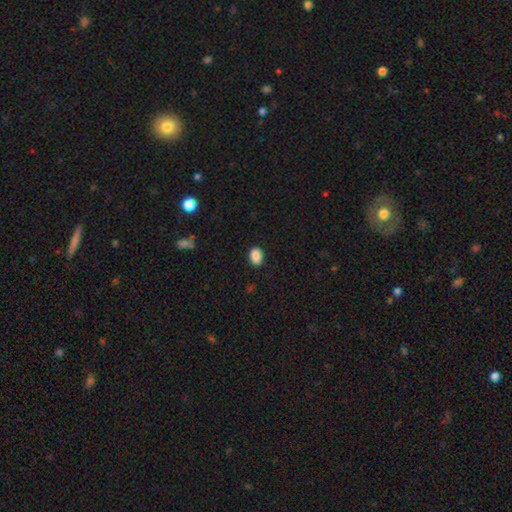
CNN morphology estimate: This appears to be a smooth galaxy with no disk features (89%) that is in between round and cigar-shaped (81%). Merging: none (87%).